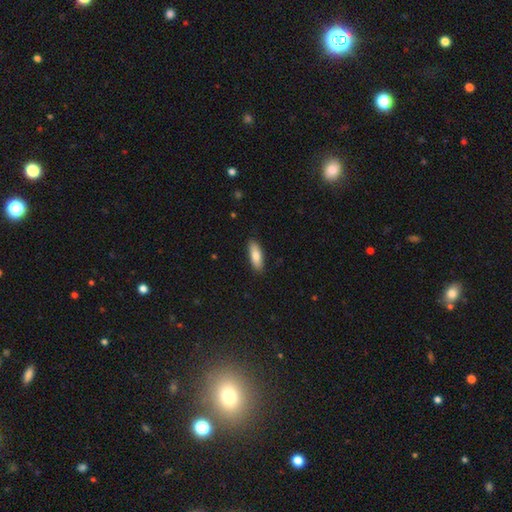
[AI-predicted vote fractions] Overall: smooth (81%). How rounded: in between (59%; cigar-shaped 39%). Merging: none (88%).